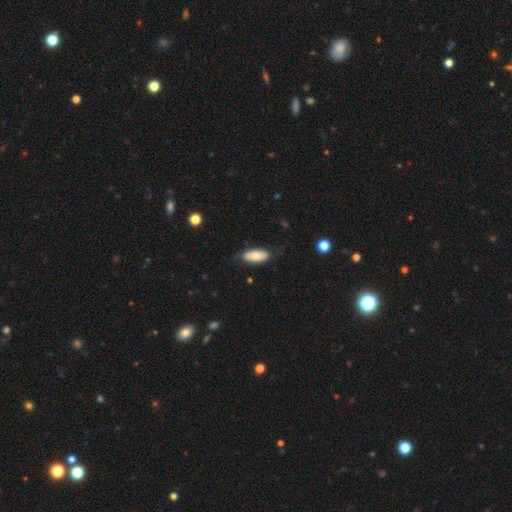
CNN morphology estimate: The model was most divided on "merging": none: 70%, minor disturbance: 23%, major disturbance: 6%, merger: 2%. More confident: how rounded — in between (87%); smooth or featured — smooth (76%).